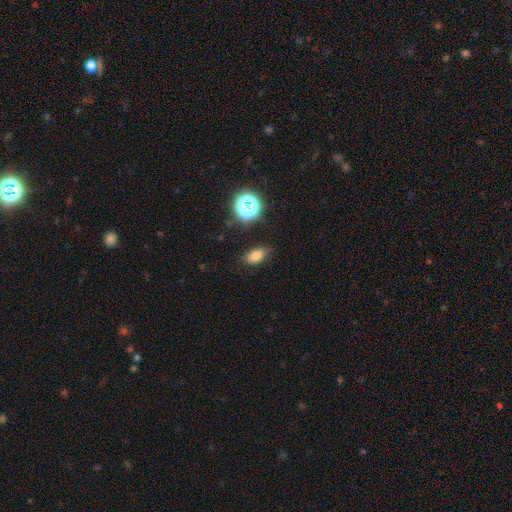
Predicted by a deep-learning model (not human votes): Smooth or featured? smooth (79%)
How rounded? in between (85%)
Merging? none (81%)